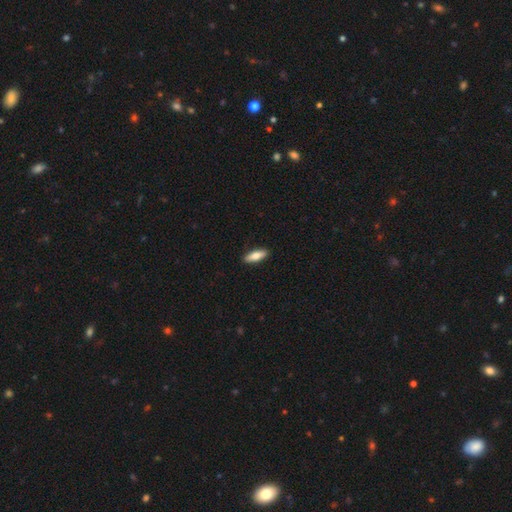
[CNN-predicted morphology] Smooth or featured?
  - smooth: 74% *
  - featured or disk: 21%
  - star or artifact: 6%
How rounded?
  - in between: 52% *
  - cigar-shaped: 46%
  - round: 2%
Merging?
  - none: 91% *
  - minor disturbance: 7%
  - major disturbance: 2%
  - merger: 1%